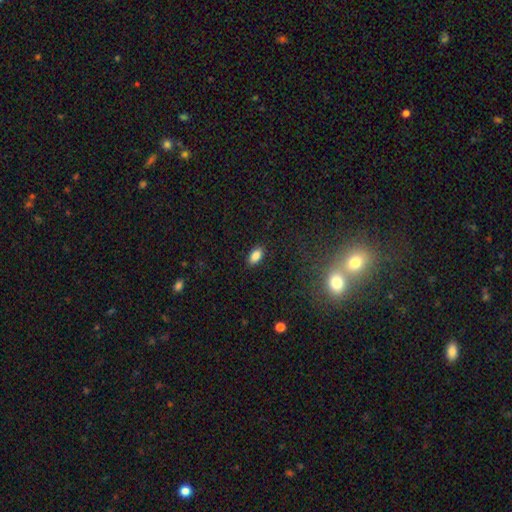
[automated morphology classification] smooth 85%, star or artifact 9%, featured or disk 5%. Down the decision tree: how rounded — in between (91%); merging — none (88%).